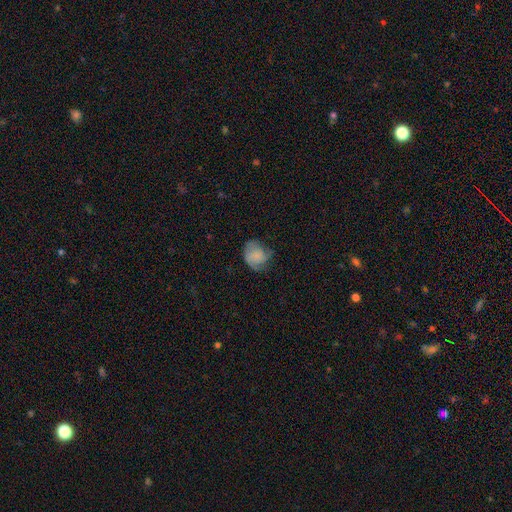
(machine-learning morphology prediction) Smooth or featured?
  - smooth: 63% *
  - featured or disk: 28%
  - star or artifact: 9%
How rounded?
  - round: 61% *
  - in between: 38%
  - cigar-shaped: 1%
Merging?
  - none: 47% *
  - minor disturbance: 32%
  - major disturbance: 19%
  - merger: 2%